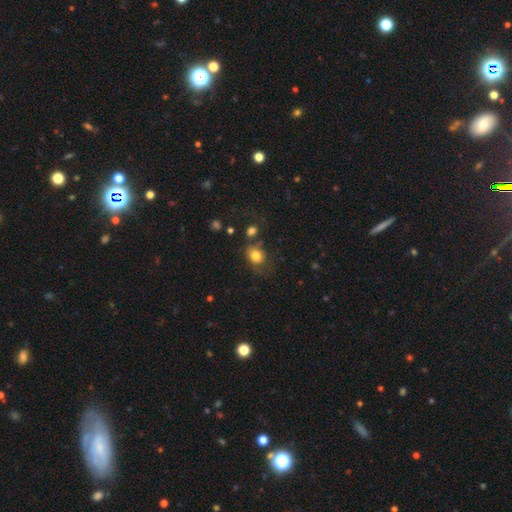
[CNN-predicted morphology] smooth-or-featured: smooth: 81% | star or artifact: 11% | featured or disk: 9%
  how-rounded: round: 54% | in between: 45% | cigar-shaped: 1%
  merging: none: 57% | minor disturbance: 21% | major disturbance: 11% | merger: 11%